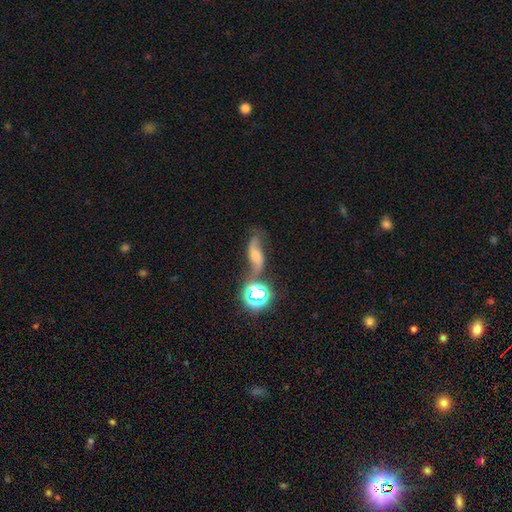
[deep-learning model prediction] Q: Smooth or featured?
A: featured or disk (59%); runner-up: star or artifact (21%)
Q: Edge-on disk?
A: no (86%); runner-up: yes (14%)
Q: Bar?
A: no (53%); runner-up: weak (33%)
Q: Spiral arms?
A: yes (91%); runner-up: no (9%)
Q: Bulge size?
A: moderate (44%); runner-up: small (33%)
Q: Merging?
A: none (56%); runner-up: minor disturbance (19%)